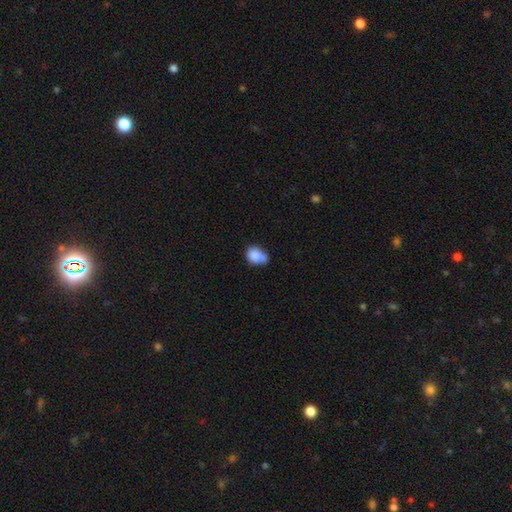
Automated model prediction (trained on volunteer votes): smooth-or-featured: smooth: 83% | star or artifact: 9% | featured or disk: 8%
  how-rounded: in between: 65% | round: 34% | cigar-shaped: 1%
  merging: none: 42% | minor disturbance: 36% | merger: 14% | major disturbance: 9%